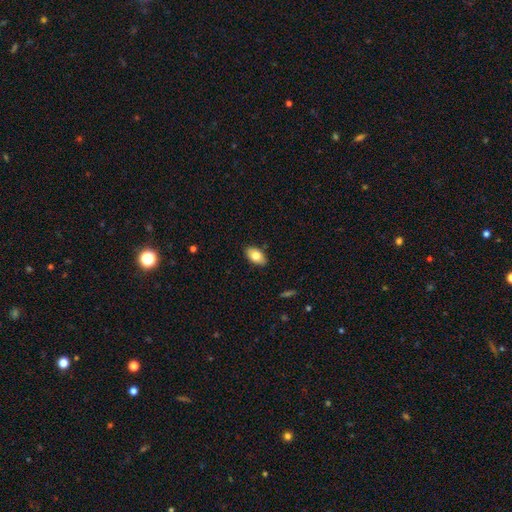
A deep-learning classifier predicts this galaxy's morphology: A smooth galaxy with no disk features (80%) that is in between round and cigar-shaped (93%). Merging: none (87%).